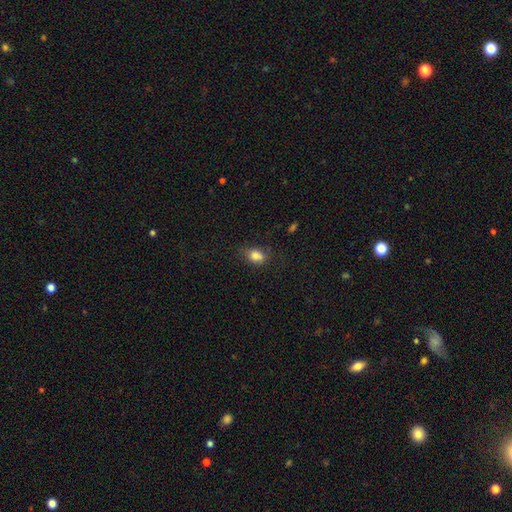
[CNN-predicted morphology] The model was most divided on "how rounded": in between: 65%, round: 33%, cigar-shaped: 2%. More confident: smooth or featured — smooth (80%); merging — none (60%).